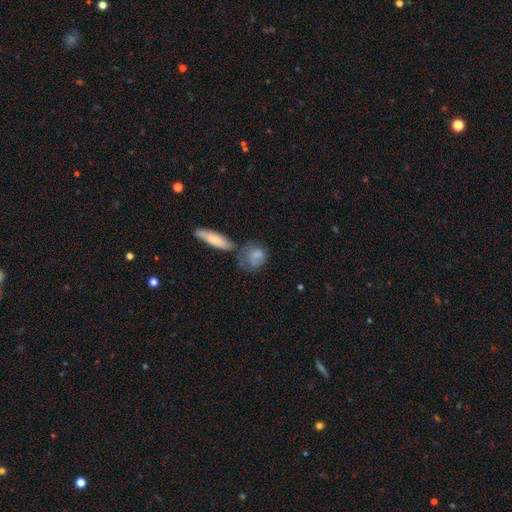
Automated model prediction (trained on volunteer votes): Smooth or featured? Predicted: smooth (p=0.73). How rounded? Predicted: in between (p=0.47, tied with round). Merging? Predicted: none (p=0.41).